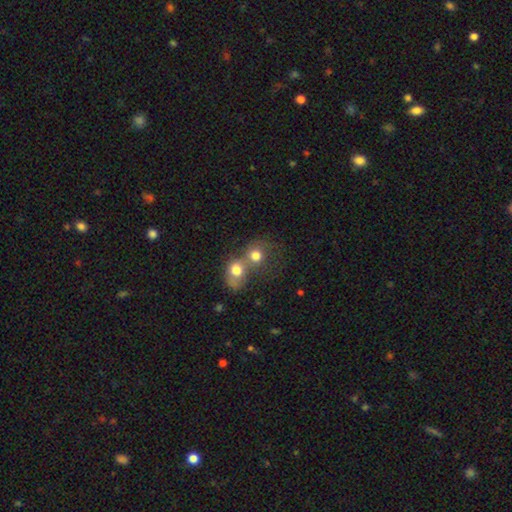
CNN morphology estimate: smooth 73%, featured or disk 16%, star or artifact 11%. Down the decision tree: how rounded — round (75%); merging — merger (65%).